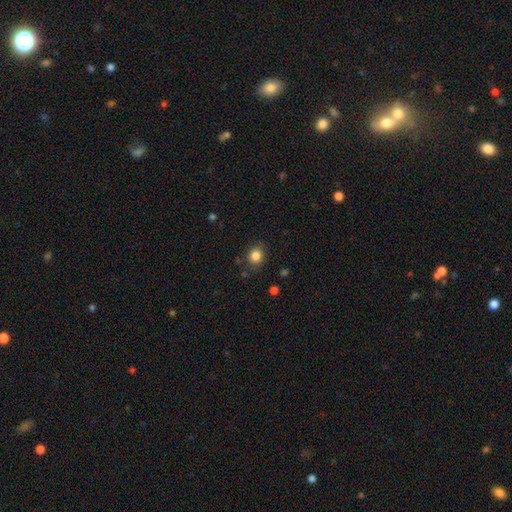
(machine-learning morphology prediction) Overall: smooth (84%). How rounded: round (73%). Merging: none (84%).